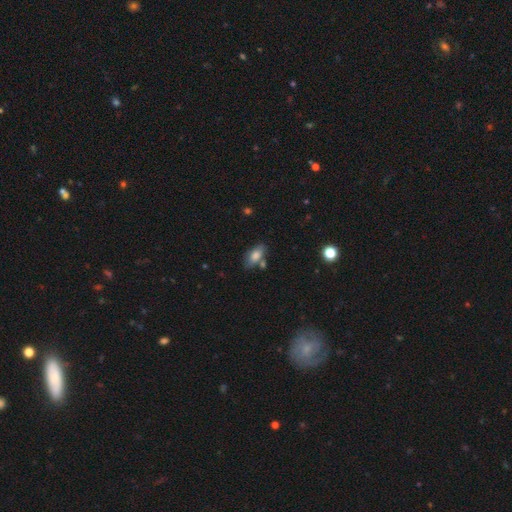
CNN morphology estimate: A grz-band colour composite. It shows a smooth galaxy with no disk features (77%) that is in between round and cigar-shaped (89%). Merging: none (65%).